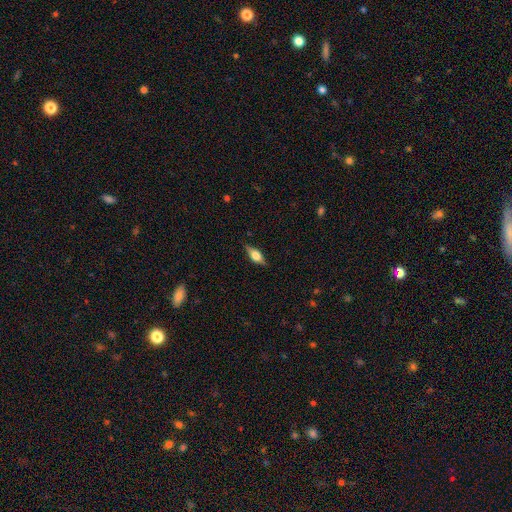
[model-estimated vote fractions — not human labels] smooth 47%, featured or disk 45%, star or artifact 7%. Down the decision tree: merging — none (83%).